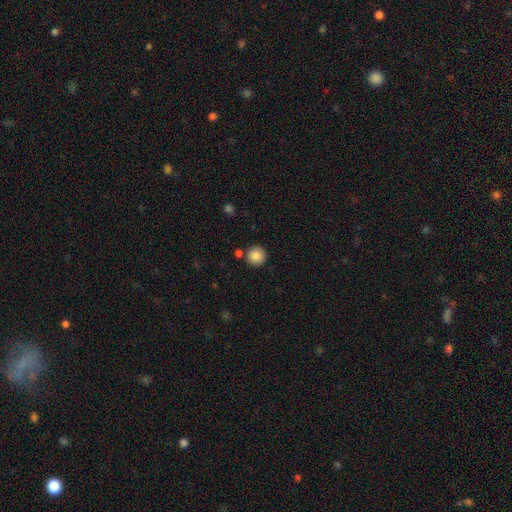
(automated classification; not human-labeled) The model was most divided on "merging": none: 85%, minor disturbance: 7%, merger: 6%, major disturbance: 2%. More confident: how rounded — round (95%); smooth or featured — smooth (87%).